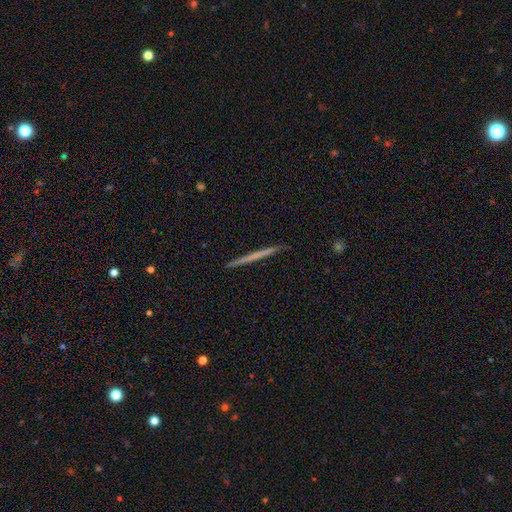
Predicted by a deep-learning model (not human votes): A smooth galaxy with no disk features (48%). Merging: none (93%).